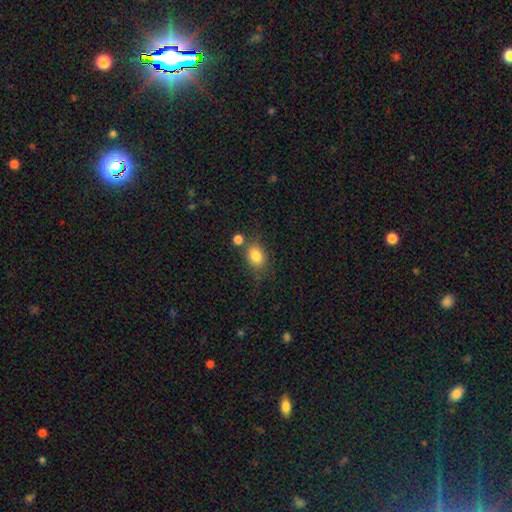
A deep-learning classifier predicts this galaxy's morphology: Smooth or featured? smooth (82%)
How rounded? in between (57%)
Merging? none (65%)